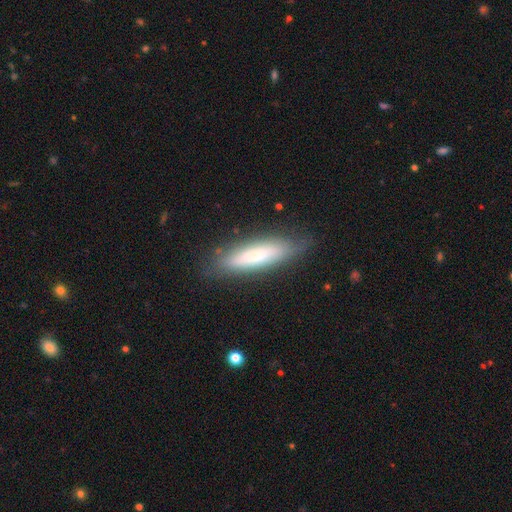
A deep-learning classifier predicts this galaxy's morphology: Overall: smooth (62%; featured or disk 32%). How rounded: cigar-shaped (66%; in between 33%). Merging: none (79%).